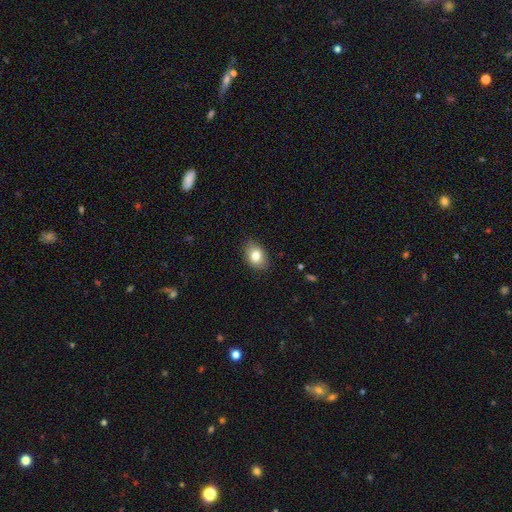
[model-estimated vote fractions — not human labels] Morphology: type=smooth (81%); roundness=in between (79%); merging=none (85%).